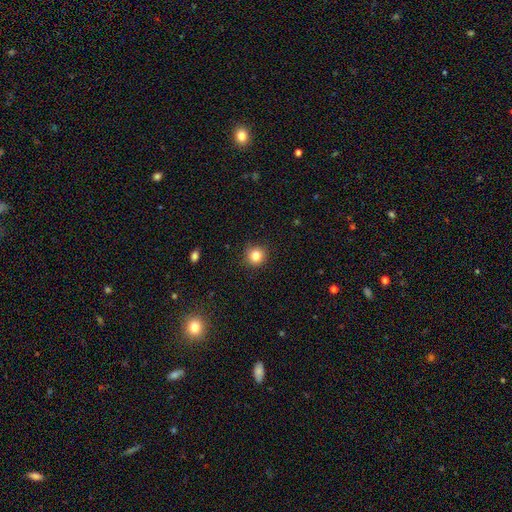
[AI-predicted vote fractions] This is clearly a smooth galaxy (83%). How rounded: clearly round (93%). Merging: clearly none (91%).